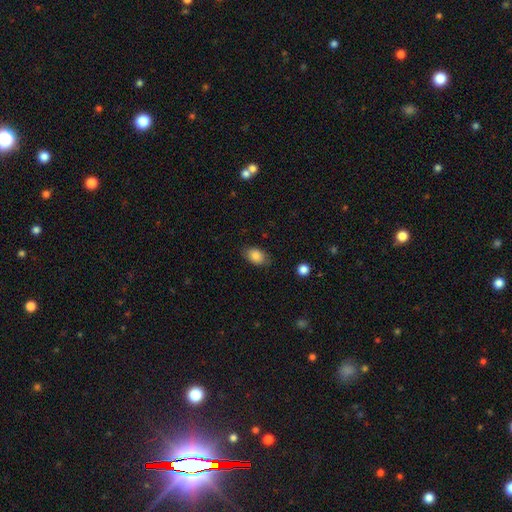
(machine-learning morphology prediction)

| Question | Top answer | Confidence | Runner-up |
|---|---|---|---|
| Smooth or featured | smooth | 85% | star or artifact (8%) |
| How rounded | in between | 81% | round (17%) |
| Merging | none | 77% | minor disturbance (17%) |